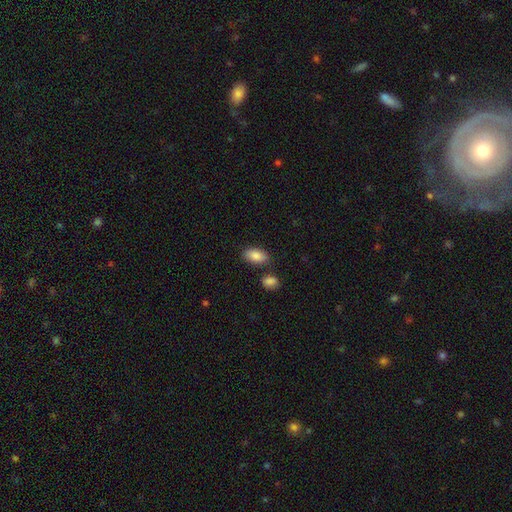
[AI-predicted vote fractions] smooth-or-featured: smooth: 87% | star or artifact: 7% | featured or disk: 6%
  how-rounded: in between: 93% | round: 4% | cigar-shaped: 3%
  merging: none: 77% | minor disturbance: 12% | merger: 8% | major disturbance: 3%